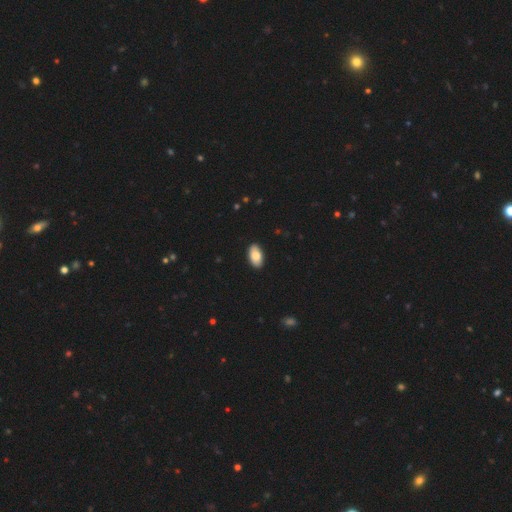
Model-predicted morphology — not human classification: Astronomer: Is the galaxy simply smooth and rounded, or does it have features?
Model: smooth — 81%.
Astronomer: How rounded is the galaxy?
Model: in between — 95%.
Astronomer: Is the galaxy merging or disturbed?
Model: none — 91%.